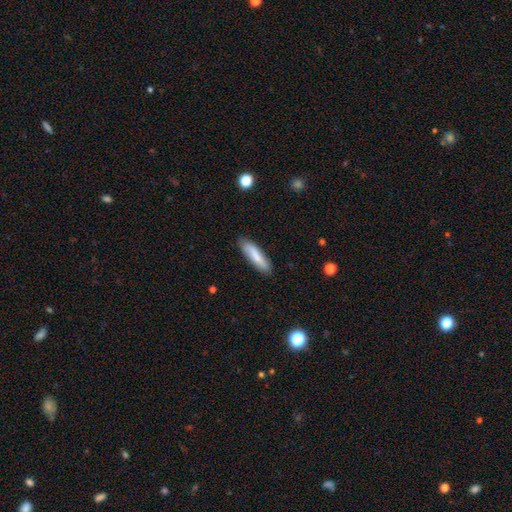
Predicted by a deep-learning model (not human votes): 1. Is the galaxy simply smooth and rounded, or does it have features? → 76% smooth, 18% featured or disk, 6% star or artifact.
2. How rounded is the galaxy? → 66% cigar-shaped, 32% in between, 2% round.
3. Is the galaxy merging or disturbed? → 85% none, 12% minor disturbance, 2% major disturbance, 1% merger.